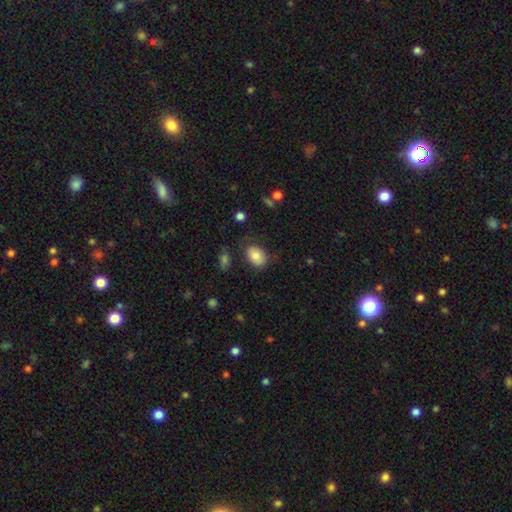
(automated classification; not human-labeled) A smooth galaxy with no disk features (81%) that is in between round and cigar-shaped (84%). Merging: none (72%).